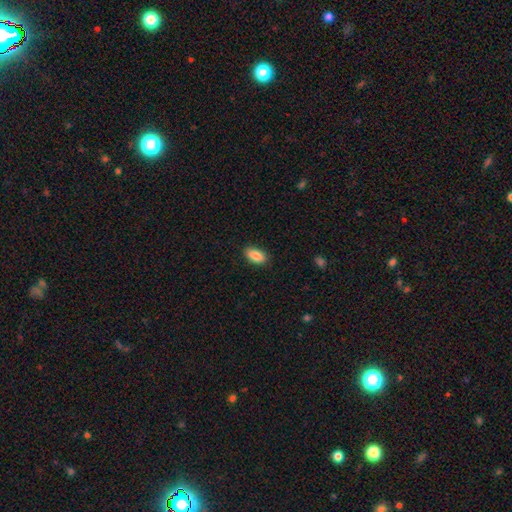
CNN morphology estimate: smooth_or_featured: smooth (p=0.88) [alt: star or artifact p=0.07]
how_rounded: in between (p=0.91) [alt: cigar-shaped p=0.05]
merging: none (p=0.88) [alt: minor disturbance p=0.09]